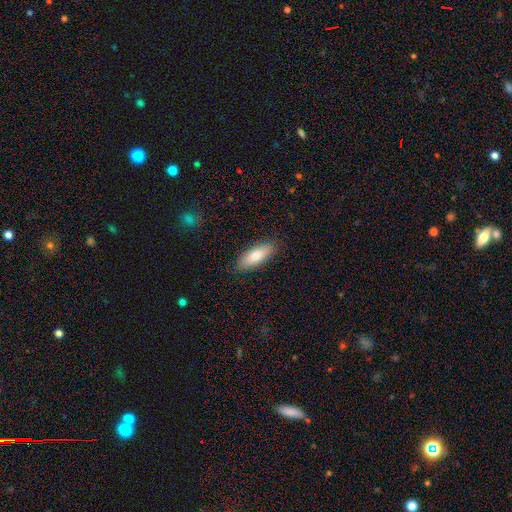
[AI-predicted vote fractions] smooth 76%, featured or disk 18%, star or artifact 6%. Down the decision tree: how rounded — in between (64%); merging — none (88%).